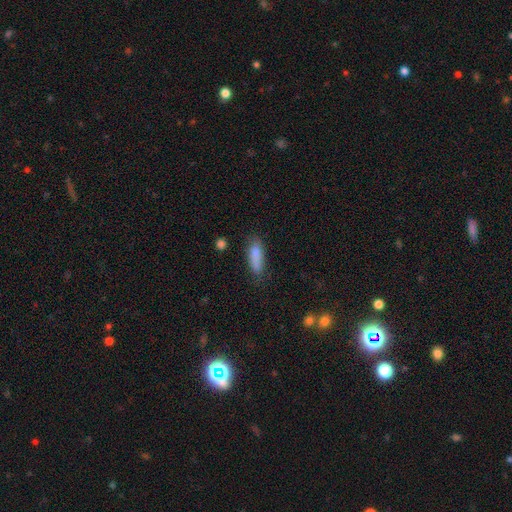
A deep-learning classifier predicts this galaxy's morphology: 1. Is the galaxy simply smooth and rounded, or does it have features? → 83% smooth, 9% featured or disk, 8% star or artifact.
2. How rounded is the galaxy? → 57% in between, 40% cigar-shaped, 2% round.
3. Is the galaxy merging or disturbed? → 68% none, 22% minor disturbance, 6% major disturbance, 4% merger.